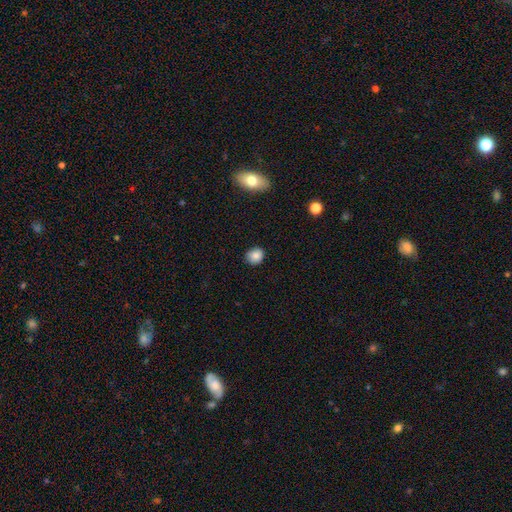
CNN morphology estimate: This is clearly a smooth galaxy (84%). How rounded: likely round (75%). Merging: clearly none (86%).